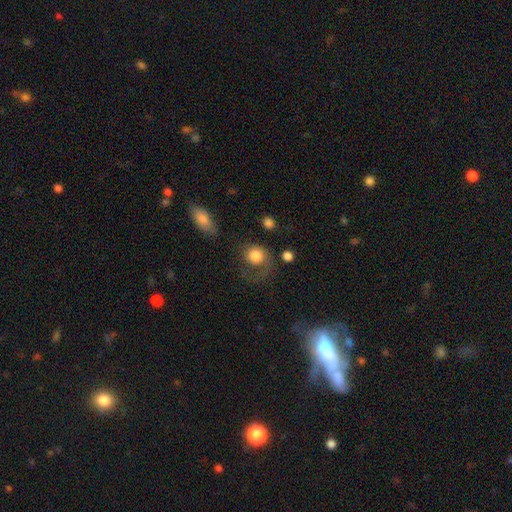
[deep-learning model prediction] smooth-or-featured: smooth: 76% | featured or disk: 17% | star or artifact: 8%
  how-rounded: round: 74% | in between: 25% | cigar-shaped: 1%
  merging: major disturbance: 39% | none: 37% | minor disturbance: 20% | merger: 4%